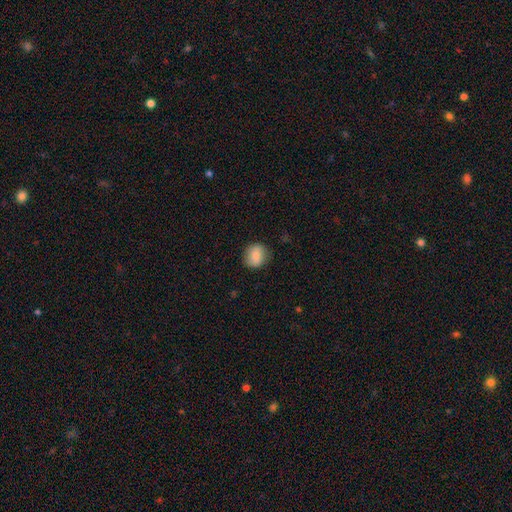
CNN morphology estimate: This is likely a smooth galaxy (79%). How rounded: likely round (73%). Merging: clearly none (84%).